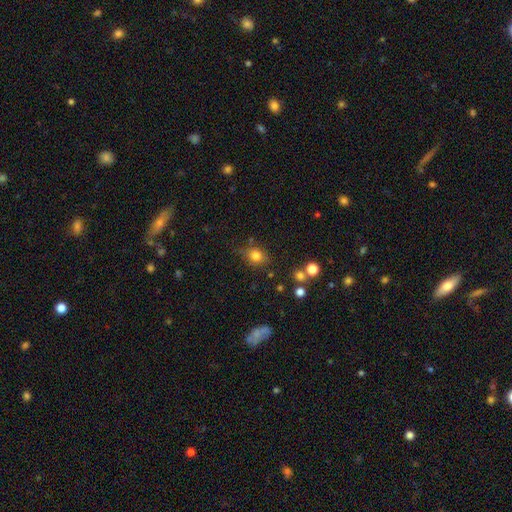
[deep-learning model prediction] smooth 79%, star or artifact 13%, featured or disk 8%. Down the decision tree: how rounded — round (64%); merging — none (71%).